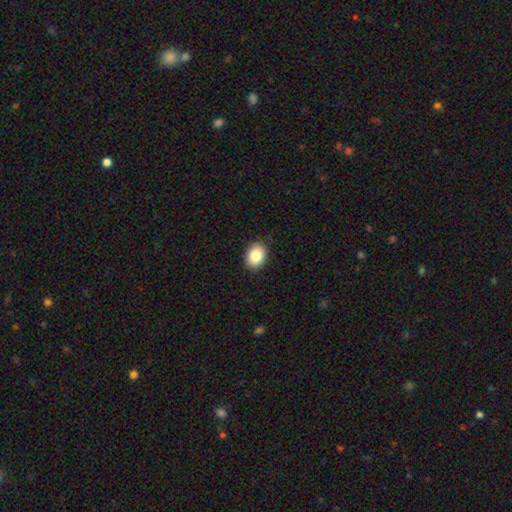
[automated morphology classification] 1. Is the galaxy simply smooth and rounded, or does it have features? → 83% smooth, 8% star or artifact, 8% featured or disk.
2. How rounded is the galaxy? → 68% in between, 31% round, 1% cigar-shaped.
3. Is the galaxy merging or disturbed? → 88% none, 9% minor disturbance, 2% major disturbance, 1% merger.